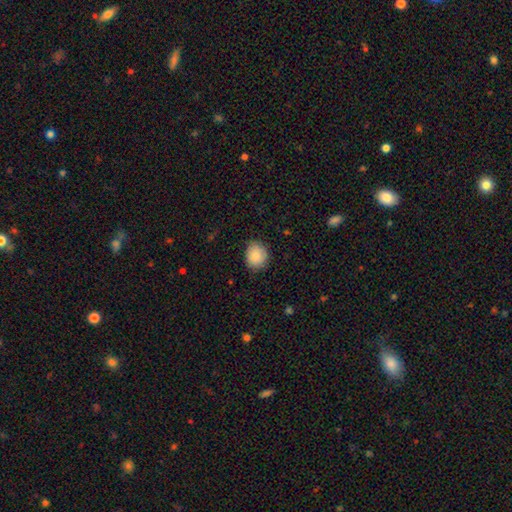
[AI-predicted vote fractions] A smooth galaxy with no disk features (86%) that is round (70%). Merging: none (83%).